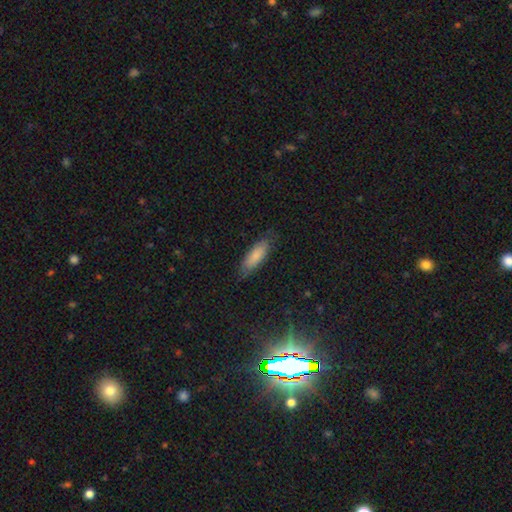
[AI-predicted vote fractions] smooth 82%, featured or disk 12%, star or artifact 7%. Down the decision tree: how rounded — in between (56%); merging — none (79%).